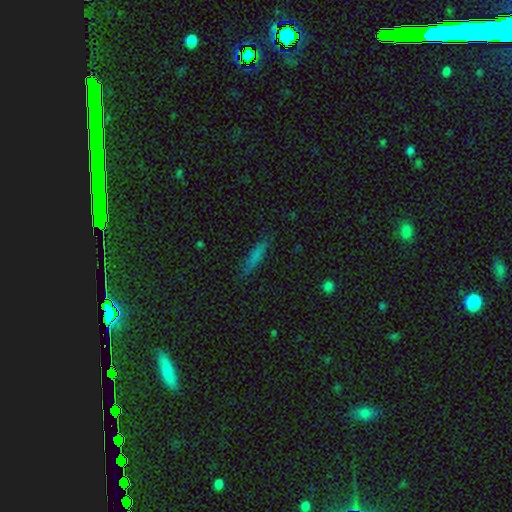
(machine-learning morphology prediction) smooth_or_featured: smooth (p=0.70) [alt: featured or disk p=0.18]
how_rounded: cigar-shaped (p=0.84) [alt: in between p=0.14]
merging: none (p=0.85) [alt: minor disturbance p=0.11]